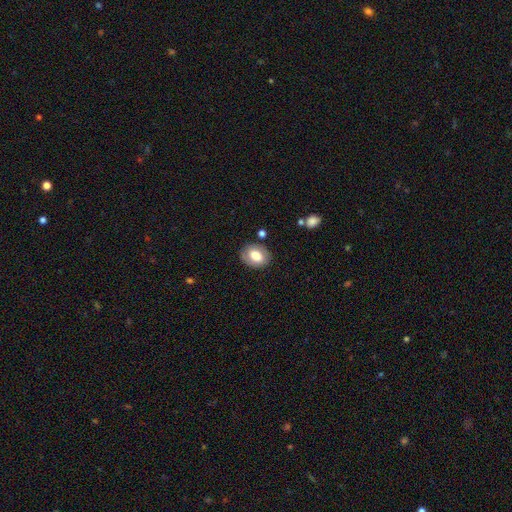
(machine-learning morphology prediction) This appears to be a smooth galaxy with no disk features (70%) that is in between round and cigar-shaped (68%). Merging: none (80%).